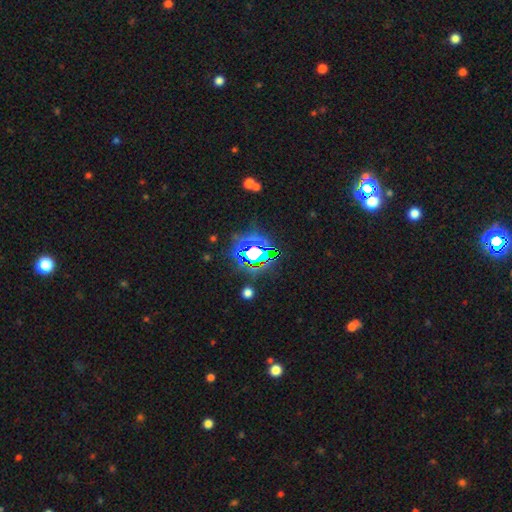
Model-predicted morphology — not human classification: The model was most divided on "smooth or featured": star or artifact: 72%, smooth: 17%, featured or disk: 11%.